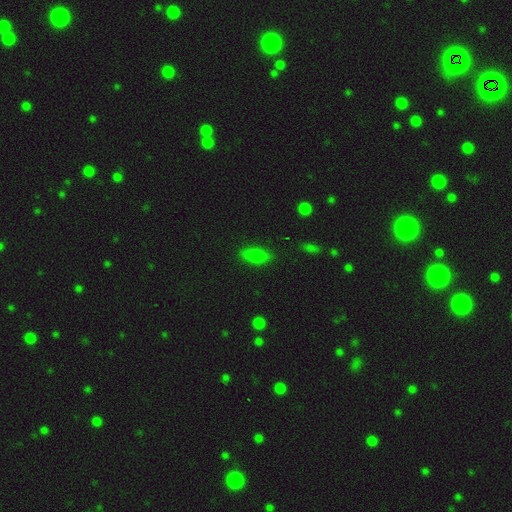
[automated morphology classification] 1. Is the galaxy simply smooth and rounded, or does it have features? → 77% smooth, 11% featured or disk, 11% star or artifact.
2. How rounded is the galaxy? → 81% in between, 13% cigar-shaped, 6% round.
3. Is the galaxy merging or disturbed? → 81% none, 14% minor disturbance, 3% major disturbance, 2% merger.